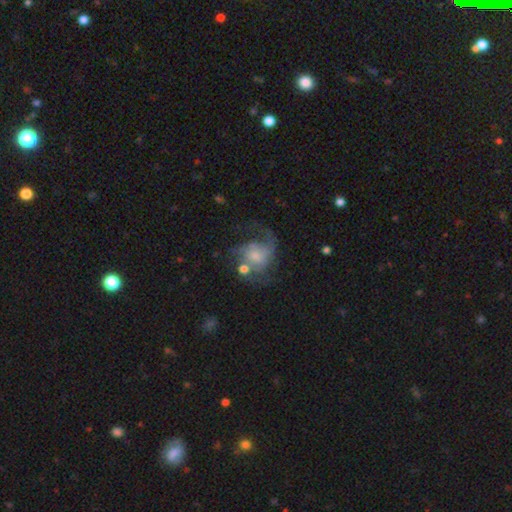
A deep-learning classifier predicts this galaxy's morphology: smooth-or-featured: featured or disk: 69% | smooth: 23% | star or artifact: 8%
  disk-edge-on: no: 98% | yes: 2%
    bar: no: 66% | weak: 29% | strong: 4%
    has-spiral-arms: yes: 85% | no: 15%
      spiral-winding: medium: 44% | loose: 41% | tight: 15%
      spiral-arm-count: 2: 47% | can't tell: 19% | 1: 14% | 3: 13% | 4: 4% | more than 4: 4%
    bulge-size: small: 45% | moderate: 35% | none: 12% | large: 7% | dominant: 2%
  merging: none: 37% | major disturbance: 30% | minor disturbance: 19% | merger: 14%